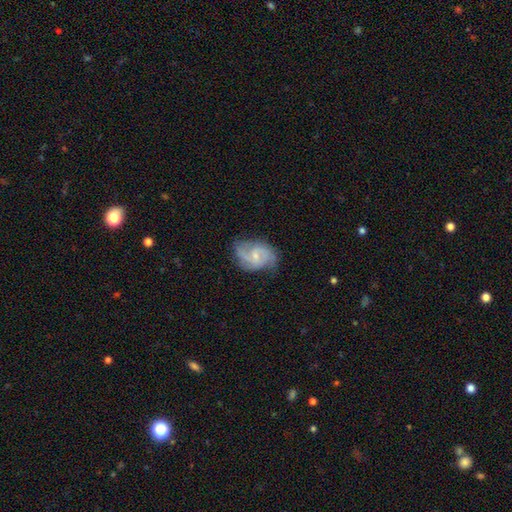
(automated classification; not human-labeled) Smooth or featured: featured or disk — 77% (smooth — 17%)
Edge-on disk: no — 97% (yes — 3%)
Bar: weak — 55% (no — 34%)
Spiral arms: yes — 93% (no — 7%)
Spiral winding: medium — 50% (loose — 30%)
Spiral arm count: 2 — 74% (can't tell — 11%)
Bulge size: small — 61% (moderate — 29%)
Merging: none — 63% (minor disturbance — 25%)